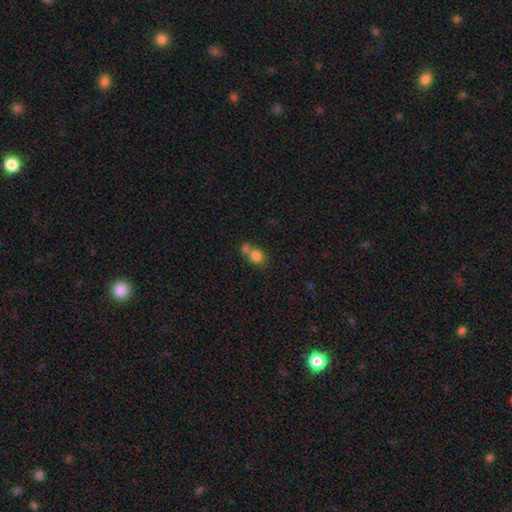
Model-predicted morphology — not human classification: A smooth galaxy with no disk features (79%) that is round (66%).

Vote fractions:
- Smooth or featured? smooth: 79% / featured or disk: 11% / star or artifact: 10%
- How rounded? round: 66% / in between: 33% / cigar-shaped: 1%
- Merging? merger: 54% / none: 34% / minor disturbance: 9% / major disturbance: 4%